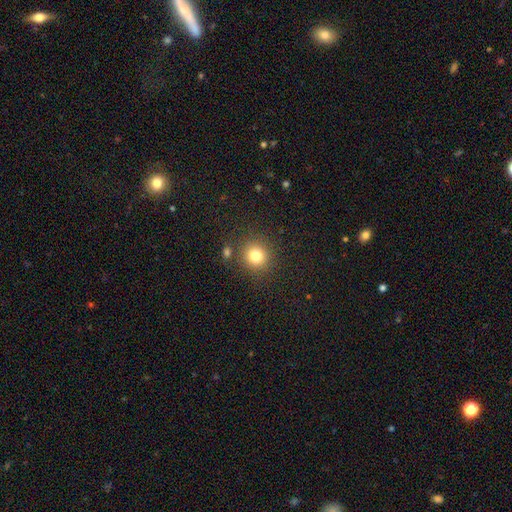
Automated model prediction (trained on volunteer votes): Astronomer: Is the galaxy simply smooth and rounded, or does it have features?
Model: smooth — 81%.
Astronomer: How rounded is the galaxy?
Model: round — 90%.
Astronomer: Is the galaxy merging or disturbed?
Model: none — 84%.